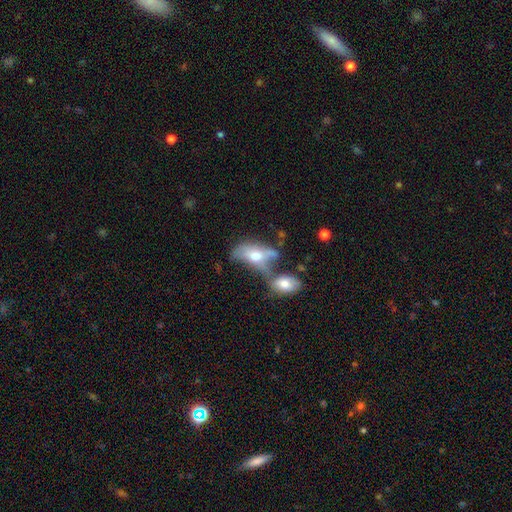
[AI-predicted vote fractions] This is possibly a smooth galaxy (55%). How rounded: clearly in between (86%). Merging: possibly merger (53%).